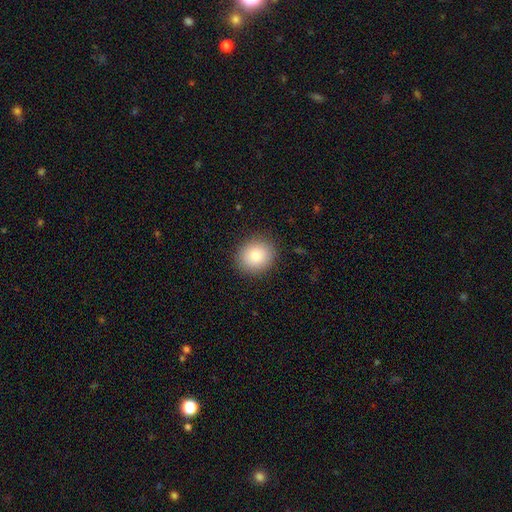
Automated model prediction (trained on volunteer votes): This is clearly a smooth galaxy (83%). How rounded: likely round (75%). Merging: clearly none (89%).